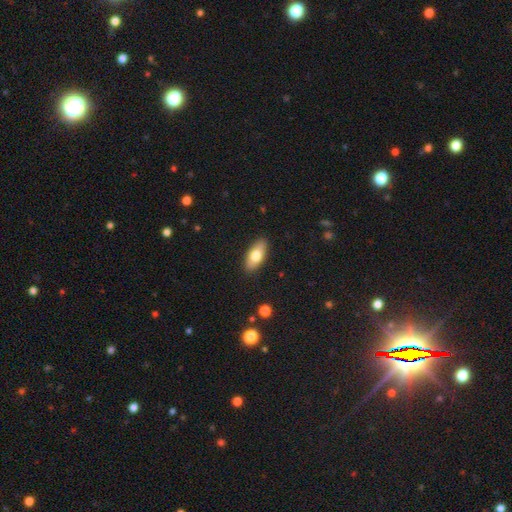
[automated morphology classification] This is likely a smooth galaxy (73%). How rounded: clearly in between (85%). Merging: clearly none (88%).